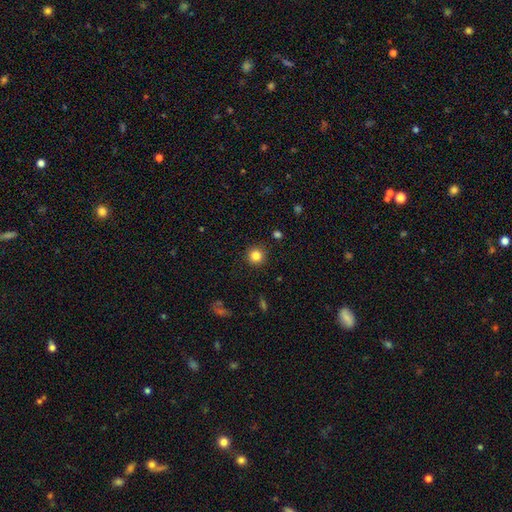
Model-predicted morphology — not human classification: The model was most divided on "smooth or featured": smooth: 84%, star or artifact: 11%, featured or disk: 5%. More confident: how rounded — round (95%); merging — none (92%).